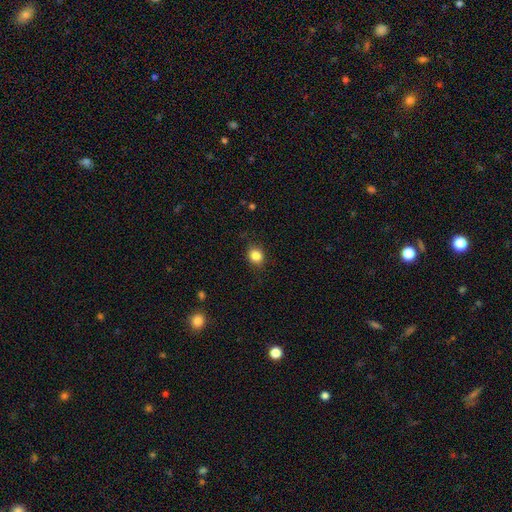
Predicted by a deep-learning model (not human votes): The model was most divided on "how rounded": round: 69%, in between: 30%, cigar-shaped: 1%. More confident: merging — none (85%); smooth or featured — smooth (84%).